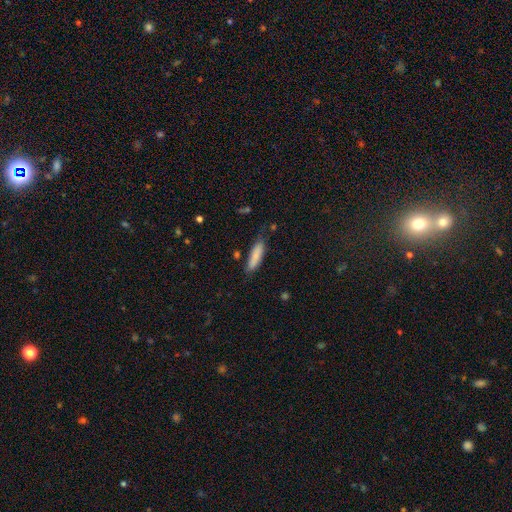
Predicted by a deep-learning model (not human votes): Smooth or featured? smooth (82%)
How rounded? cigar-shaped (70%)
Merging? none (71%)